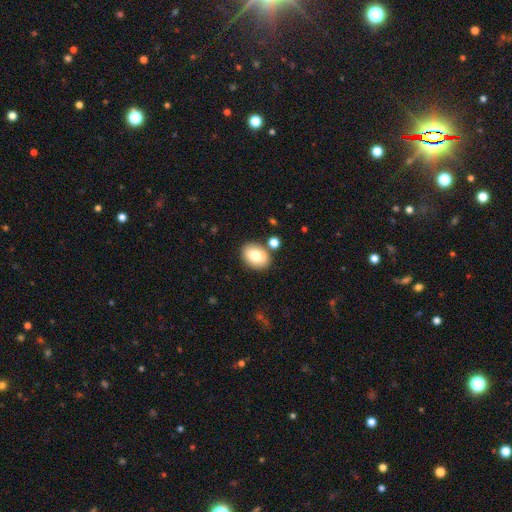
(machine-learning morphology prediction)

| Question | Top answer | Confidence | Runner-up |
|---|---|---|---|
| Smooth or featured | smooth | 76% | featured or disk (16%) |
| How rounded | in between | 68% | round (31%) |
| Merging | none | 78% | minor disturbance (11%) |